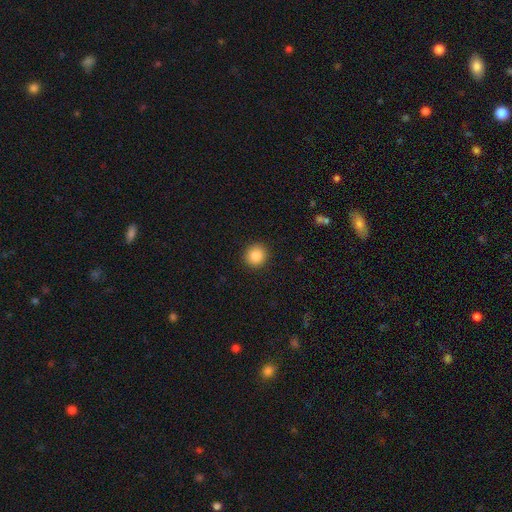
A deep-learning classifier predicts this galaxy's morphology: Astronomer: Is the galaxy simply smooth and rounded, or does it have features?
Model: smooth — 86%.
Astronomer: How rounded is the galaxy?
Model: round — 89%.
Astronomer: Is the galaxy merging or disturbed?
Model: none — 92%.